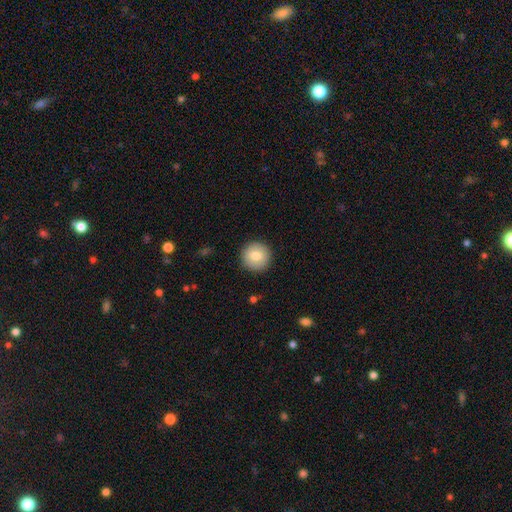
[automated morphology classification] smooth-or-featured: smooth: 79% | featured or disk: 13% | star or artifact: 8%
  how-rounded: round: 96% | in between: 3% | cigar-shaped: 1%
  merging: none: 91% | minor disturbance: 6% | major disturbance: 2% | merger: 1%